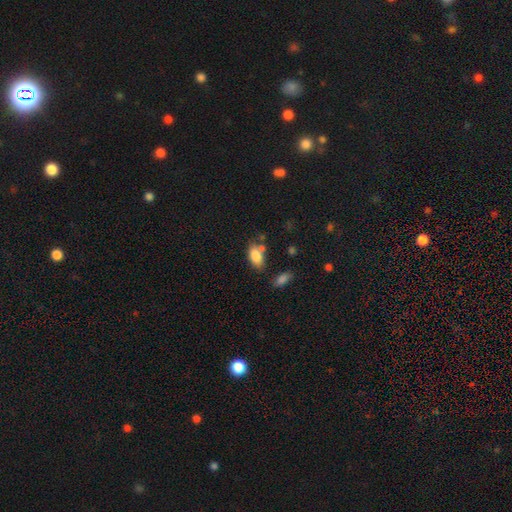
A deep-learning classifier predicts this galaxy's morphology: Smooth or featured? smooth (83%)
How rounded? in between (91%)
Merging? none (60%)